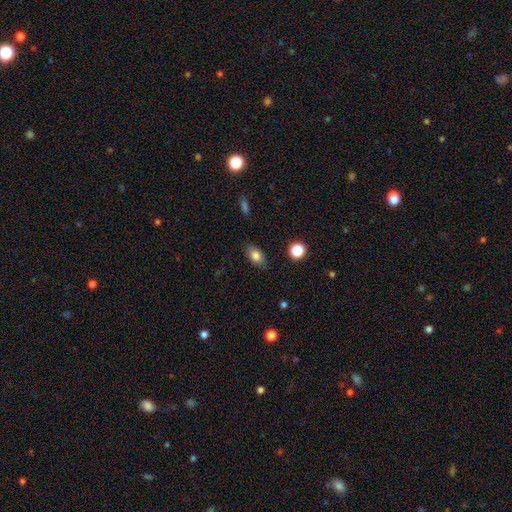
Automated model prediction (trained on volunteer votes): Overall: smooth (82%). How rounded: in between (86%). Merging: none (84%).